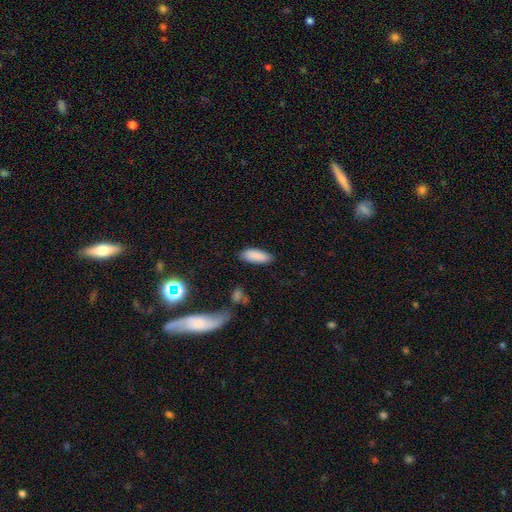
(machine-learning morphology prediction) Q: Smooth or featured?
A: smooth (89%); runner-up: star or artifact (6%)
Q: How rounded?
A: in between (70%); runner-up: cigar-shaped (28%)
Q: Merging?
A: none (85%); runner-up: minor disturbance (10%)